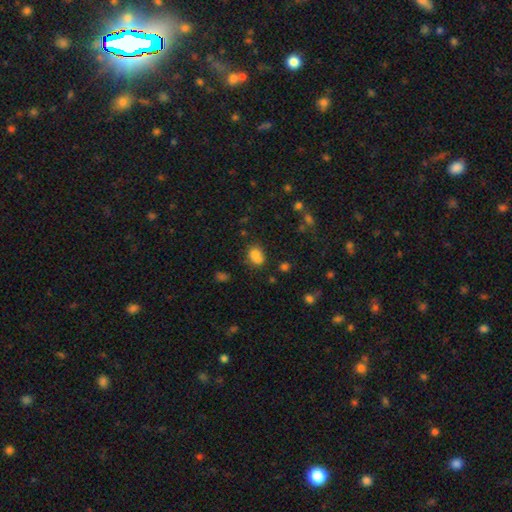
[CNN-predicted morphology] smooth 75%, star or artifact 13%, featured or disk 11%. Down the decision tree: how rounded — round (58%); merging — none (43%).